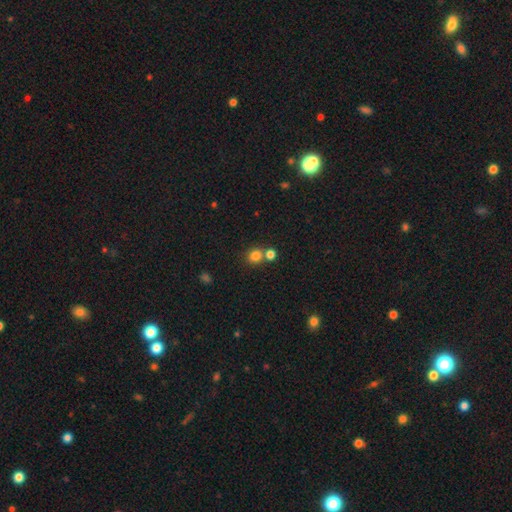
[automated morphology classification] This is clearly a smooth galaxy (81%). How rounded: clearly round (84%). Merging: possibly none (59%).